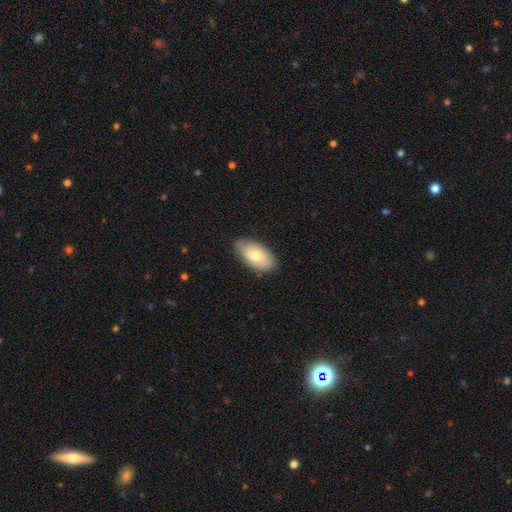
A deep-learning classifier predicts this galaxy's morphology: This appears to be a smooth galaxy with no disk features (73%) that is in between round and cigar-shaped (94%). Merging: none (81%).